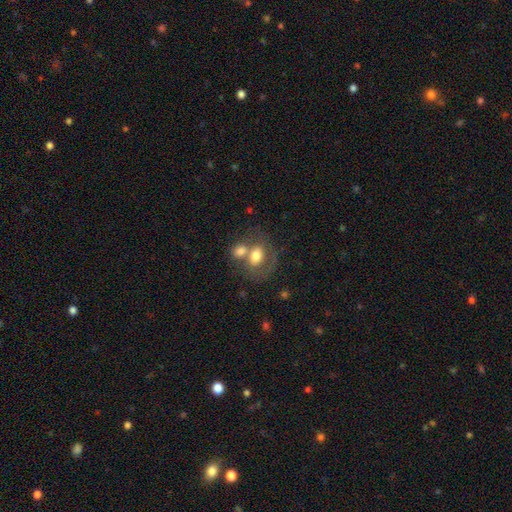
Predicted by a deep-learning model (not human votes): Smooth or featured?
  - smooth: 64% *
  - featured or disk: 28%
  - star or artifact: 9%
How rounded?
  - in between: 67% *
  - round: 31%
  - cigar-shaped: 1%
Merging?
  - merger: 56% *
  - none: 26%
  - minor disturbance: 10%
  - major disturbance: 8%